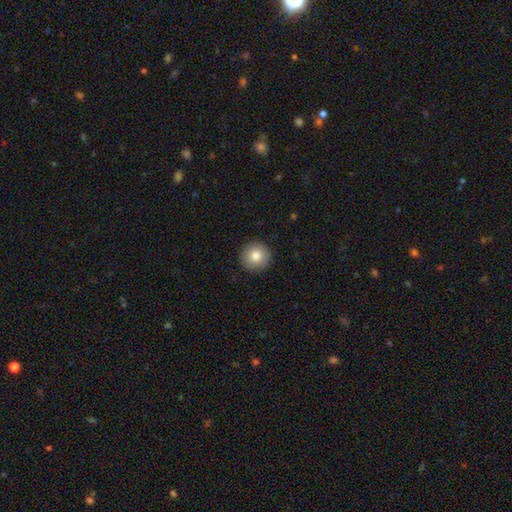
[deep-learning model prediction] Smooth or featured? Predicted: smooth (p=0.82). How rounded? Predicted: round (p=0.95). Merging? Predicted: none (p=0.92).